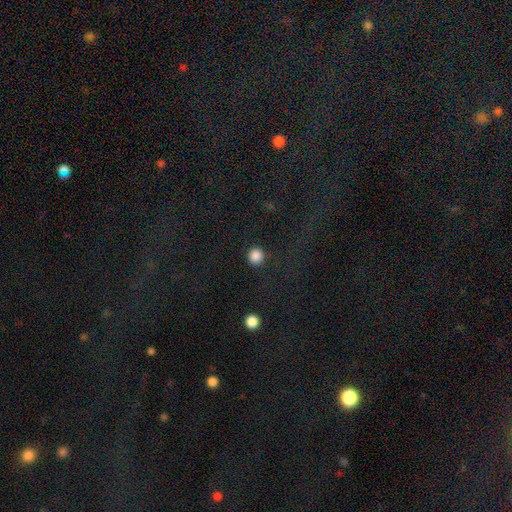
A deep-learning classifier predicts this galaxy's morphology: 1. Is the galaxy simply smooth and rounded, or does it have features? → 87% smooth, 10% star or artifact, 3% featured or disk.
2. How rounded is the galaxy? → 93% round, 6% in between, 1% cigar-shaped.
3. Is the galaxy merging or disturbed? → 91% none, 5% minor disturbance, 2% major disturbance, 1% merger.